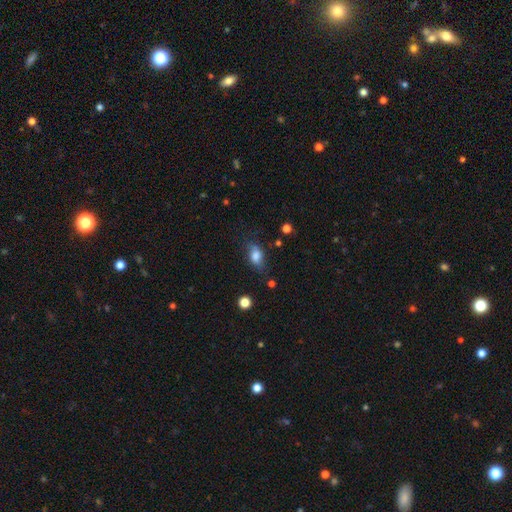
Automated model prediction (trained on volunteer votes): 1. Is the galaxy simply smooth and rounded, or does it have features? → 75% smooth, 15% featured or disk, 10% star or artifact.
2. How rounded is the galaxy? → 82% in between, 12% round, 6% cigar-shaped.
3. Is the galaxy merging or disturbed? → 61% none, 27% minor disturbance, 10% major disturbance, 3% merger.